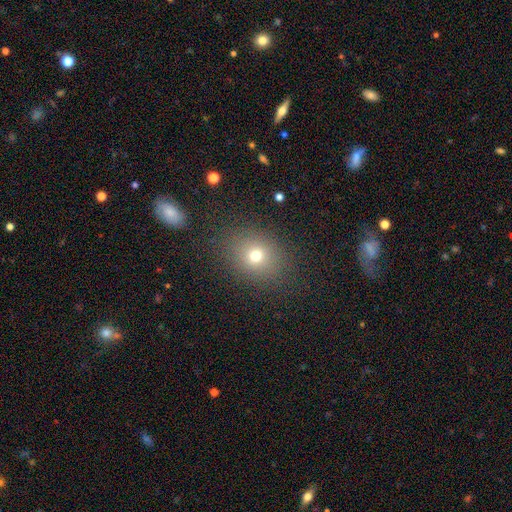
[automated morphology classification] A smooth galaxy with no disk features (71%) that is round (58%).

Vote fractions:
- Smooth or featured? smooth: 71% / star or artifact: 18% / featured or disk: 11%
- How rounded? round: 58% / in between: 41% / cigar-shaped: 1%
- Merging? none: 84% / minor disturbance: 10% / major disturbance: 5% / merger: 1%